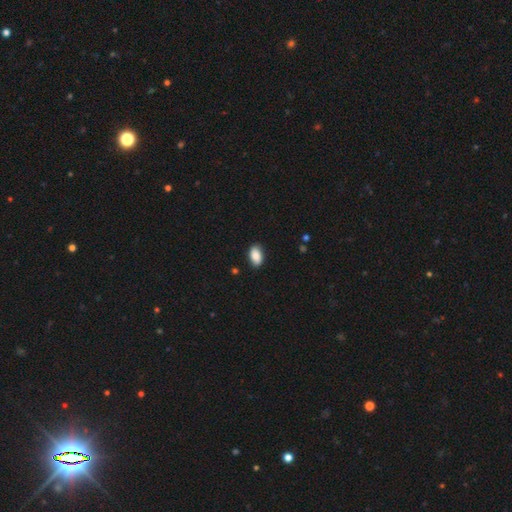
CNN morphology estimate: smooth 87%, star or artifact 7%, featured or disk 6%. Down the decision tree: how rounded — in between (93%); merging — none (86%).